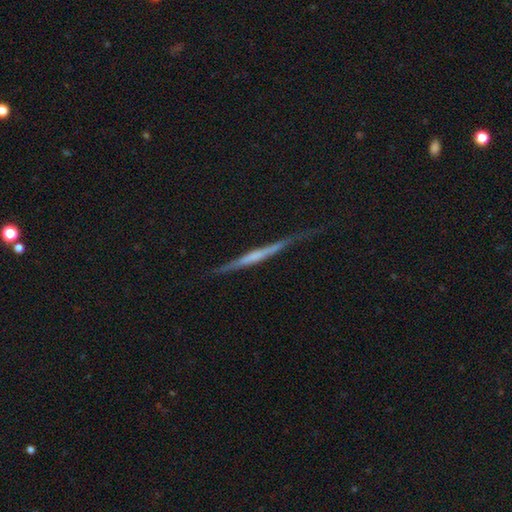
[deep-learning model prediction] Smooth or featured: featured or disk — 66% (smooth — 27%)
Edge-on disk: yes — 97% (no — 3%)
Edge-on bulge: none — 63% (rounded — 24%)
Merging: none — 76% (minor disturbance — 17%)